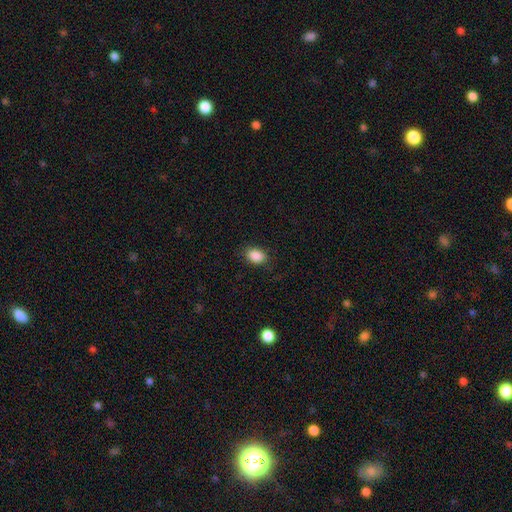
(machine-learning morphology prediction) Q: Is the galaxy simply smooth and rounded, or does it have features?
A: smooth — 88%.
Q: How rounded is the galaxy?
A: in between — 76%.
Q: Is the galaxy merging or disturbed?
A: none — 84%.